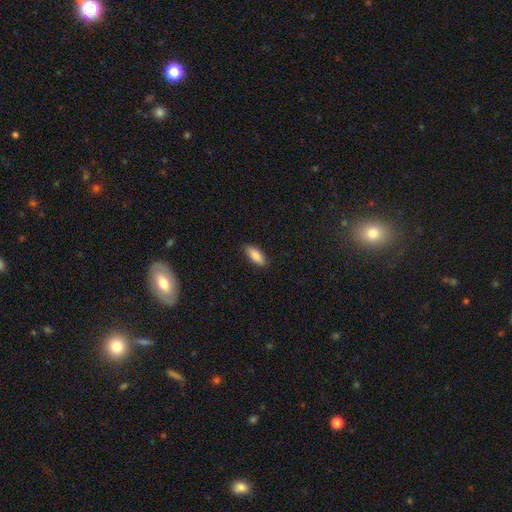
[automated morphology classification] Smooth or featured? smooth (88%)
How rounded? in between (78%)
Merging? none (88%)